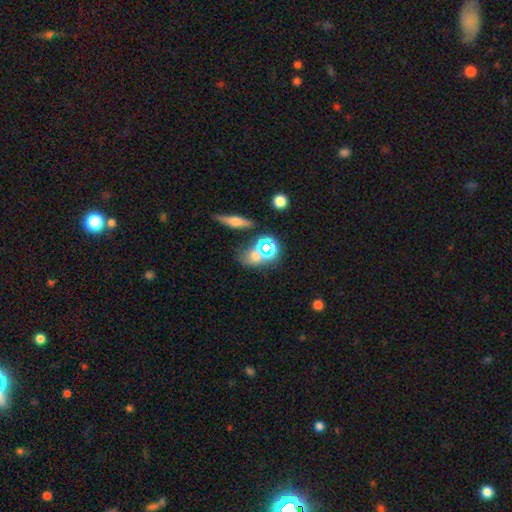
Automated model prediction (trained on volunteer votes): Overall: smooth (51%; star or artifact 33%). How rounded: in between (48%; round 46%). Merging: none (60%).